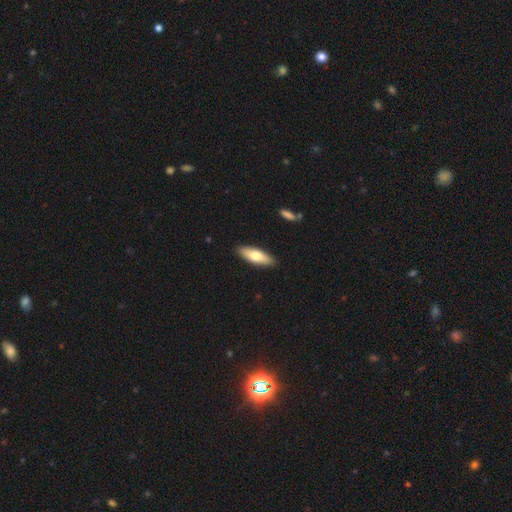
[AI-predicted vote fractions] Smooth or featured?
  - smooth: 69% *
  - featured or disk: 25%
  - star or artifact: 5%
How rounded?
  - in between: 55% *
  - cigar-shaped: 43%
  - round: 2%
Merging?
  - none: 89% *
  - minor disturbance: 8%
  - major disturbance: 2%
  - merger: 1%